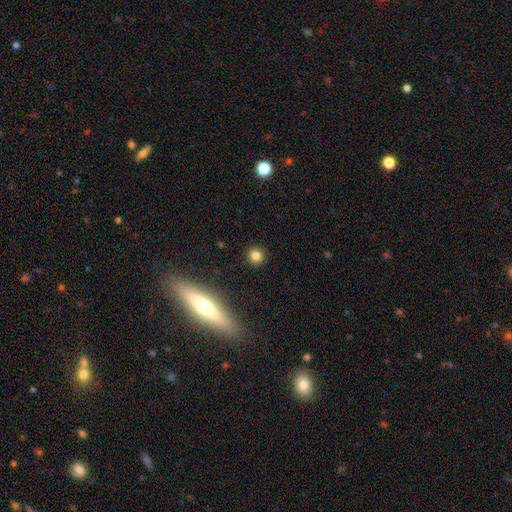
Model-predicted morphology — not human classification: smooth 81%, star or artifact 12%, featured or disk 7%. Down the decision tree: how rounded — round (91%); merging — none (91%).